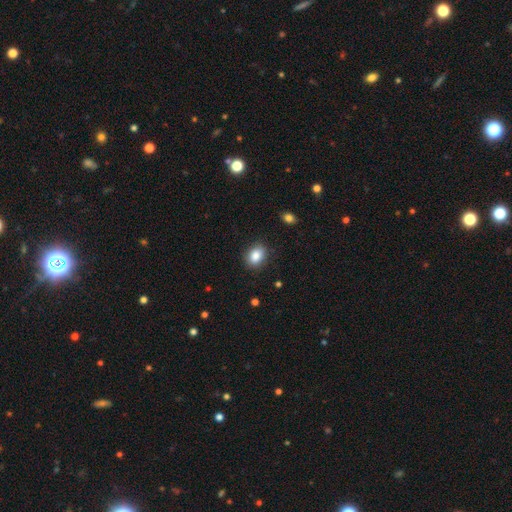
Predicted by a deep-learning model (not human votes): Overall: smooth (86%). How rounded: in between (67%; round 32%). Merging: none (86%).